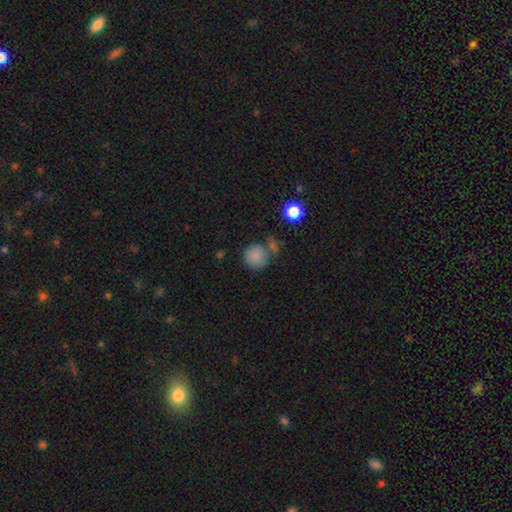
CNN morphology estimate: Smooth or featured? Predicted: smooth (p=0.83). How rounded? Predicted: round (p=0.92). Merging? Predicted: none (p=0.65).